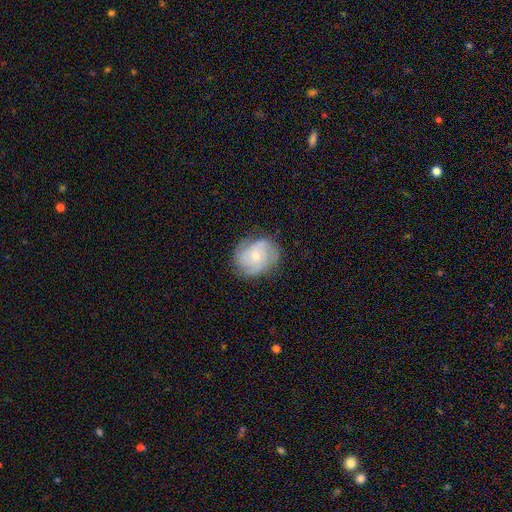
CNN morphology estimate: Smooth or featured? featured or disk (68%)
Edge-on disk? no (98%)
Bar? no (74%)
Spiral arms? yes (92%)
Spiral winding? tight (51%)
Spiral arm count? 3 (34%)
Bulge size? small (48%)
Merging? none (73%)